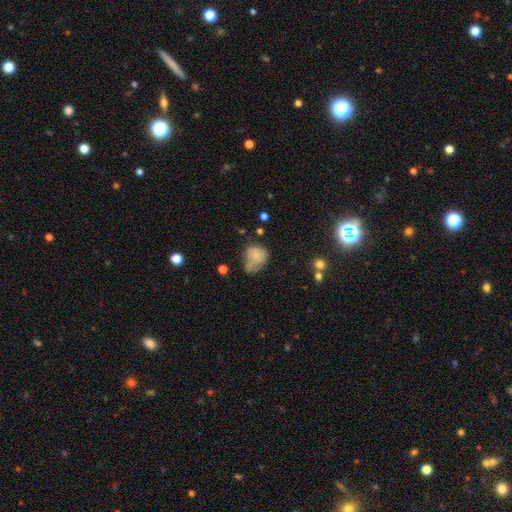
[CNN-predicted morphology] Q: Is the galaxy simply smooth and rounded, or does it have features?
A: smooth — 67%.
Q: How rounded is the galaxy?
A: in between — 50%.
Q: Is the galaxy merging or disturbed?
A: minor disturbance — 36%.